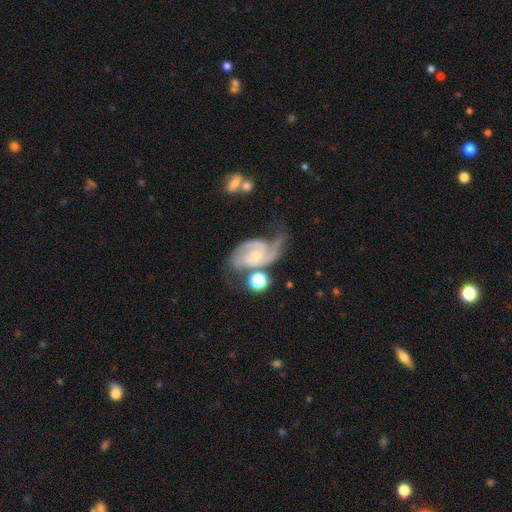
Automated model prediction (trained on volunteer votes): Smooth or featured? featured or disk (91%)
Edge-on disk? no (98%)
Bar? no (57%)
Spiral arms? yes (98%)
Spiral winding? medium (52%)
Spiral arm count? 2 (85%)
Bulge size? small (61%)
Merging? none (54%)